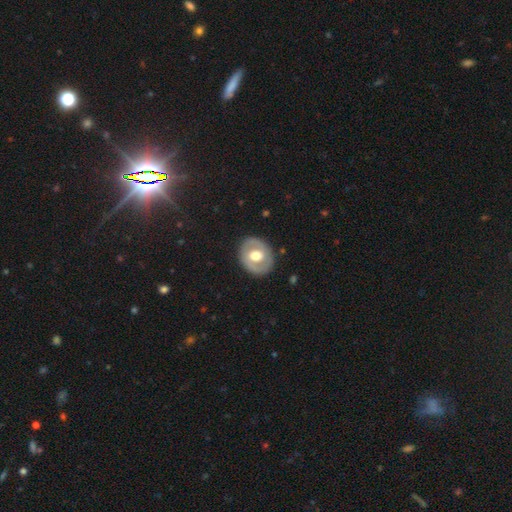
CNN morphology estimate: smooth_or_featured: featured or disk (p=0.52) [alt: smooth p=0.42]
disk_edge_on: no (p=0.95) [alt: yes p=0.05]
merging: none (p=0.84) [alt: minor disturbance p=0.11]